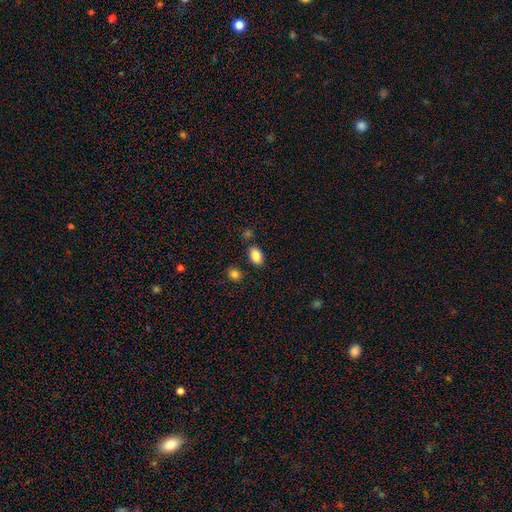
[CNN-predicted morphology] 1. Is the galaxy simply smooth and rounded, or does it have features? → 87% smooth, 8% star or artifact, 5% featured or disk.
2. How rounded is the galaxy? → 86% in between, 12% round, 1% cigar-shaped.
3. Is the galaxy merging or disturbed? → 81% none, 11% minor disturbance, 5% merger, 3% major disturbance.